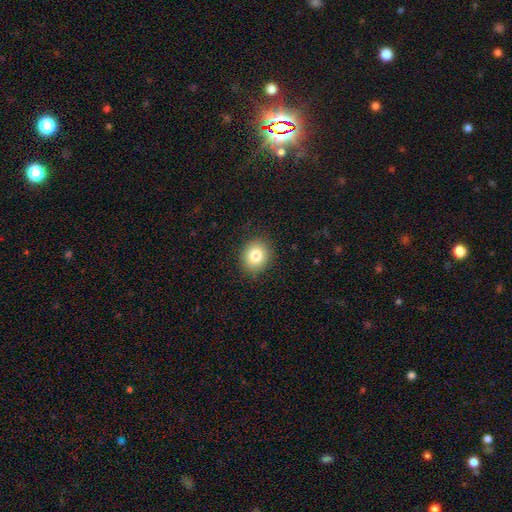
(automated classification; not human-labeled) The model was most divided on "how rounded": round: 73%, in between: 27%, cigar-shaped: 1%. More confident: merging — none (88%); smooth or featured — smooth (81%).